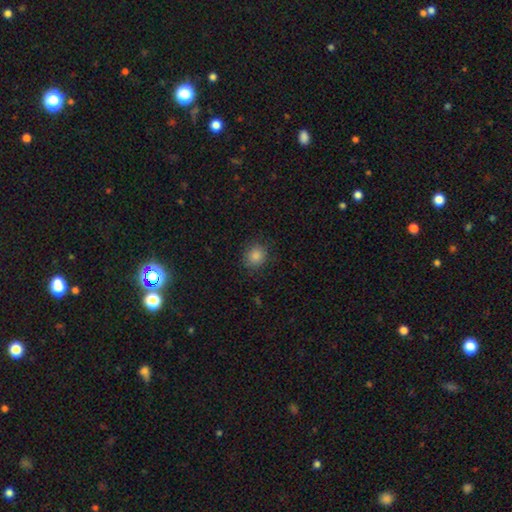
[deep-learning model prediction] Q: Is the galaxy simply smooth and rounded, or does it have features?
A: smooth — 82%.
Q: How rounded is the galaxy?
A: round — 84%.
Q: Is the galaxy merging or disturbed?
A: none — 88%.